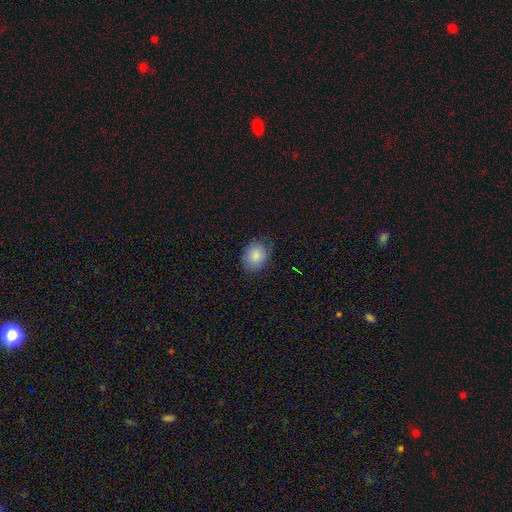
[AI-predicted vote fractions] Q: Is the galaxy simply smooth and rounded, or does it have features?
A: smooth — 84%.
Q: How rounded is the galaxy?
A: in between — 51%.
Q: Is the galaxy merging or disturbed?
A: none — 75%.